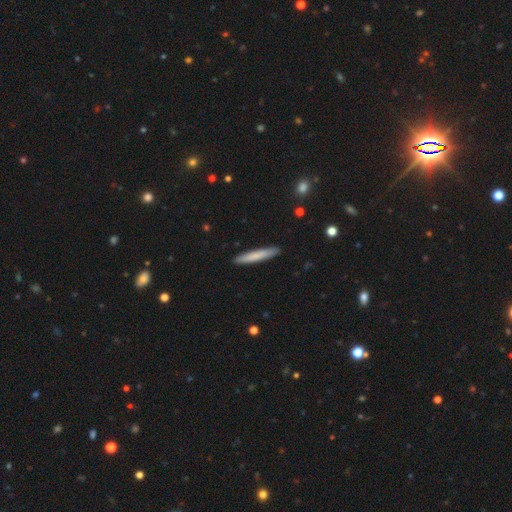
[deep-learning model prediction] Smooth or featured?
  - smooth: 75% *
  - featured or disk: 20%
  - star or artifact: 5%
How rounded?
  - cigar-shaped: 95% *
  - in between: 4%
  - round: 1%
Merging?
  - none: 91% *
  - minor disturbance: 7%
  - major disturbance: 1%
  - merger: 1%